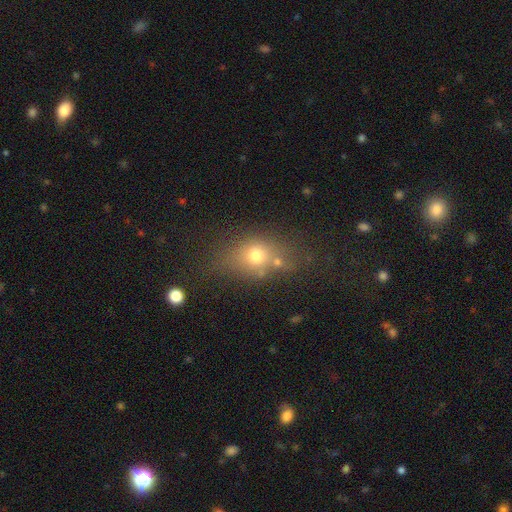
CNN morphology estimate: A smooth galaxy with no disk features (68%) that is in between round and cigar-shaped (52%). Merging: none (57%).